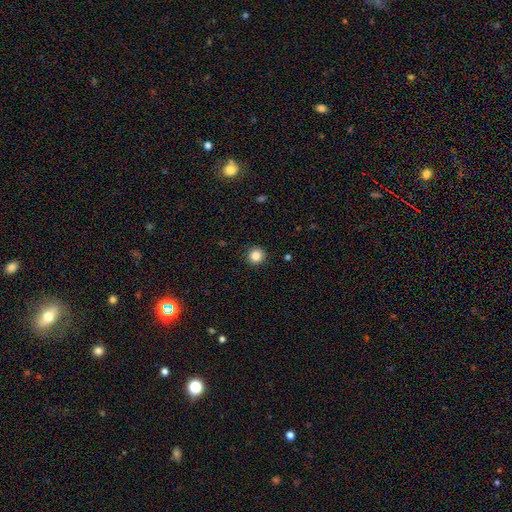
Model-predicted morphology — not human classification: A smooth galaxy with no disk features (85%) that is round (94%).

Vote fractions:
- Smooth or featured? smooth: 85% / star or artifact: 10% / featured or disk: 4%
- How rounded? round: 94% / in between: 5% / cigar-shaped: 1%
- Merging? none: 91% / minor disturbance: 6% / major disturbance: 2% / merger: 1%